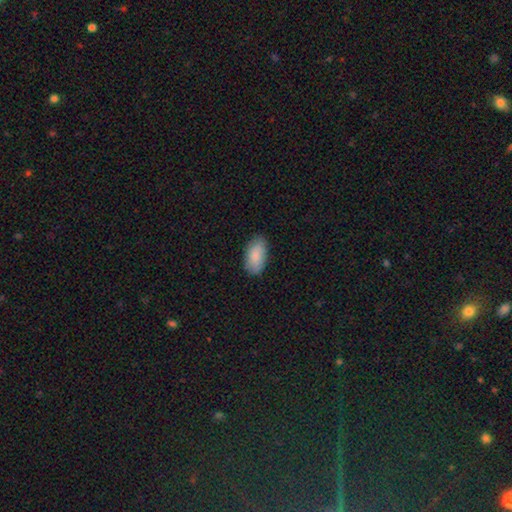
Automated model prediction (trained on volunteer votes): smooth-or-featured: smooth: 88% | featured or disk: 6% | star or artifact: 6%
  how-rounded: in between: 94% | round: 3% | cigar-shaped: 3%
  merging: none: 83% | minor disturbance: 14% | major disturbance: 3% | merger: 1%